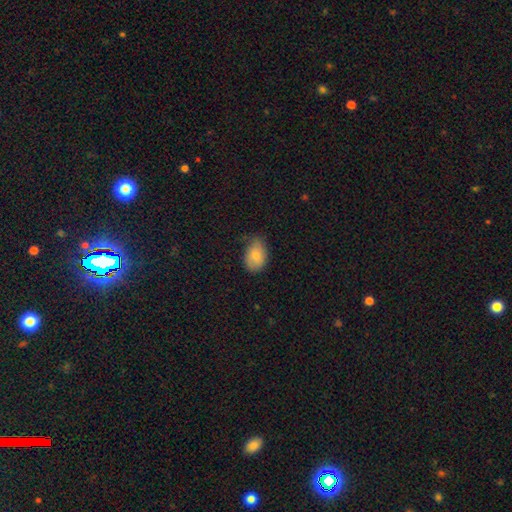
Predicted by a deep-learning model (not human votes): This appears to be a smooth galaxy with no disk features (79%) that is in between round and cigar-shaped (84%). Merging: none (57%).